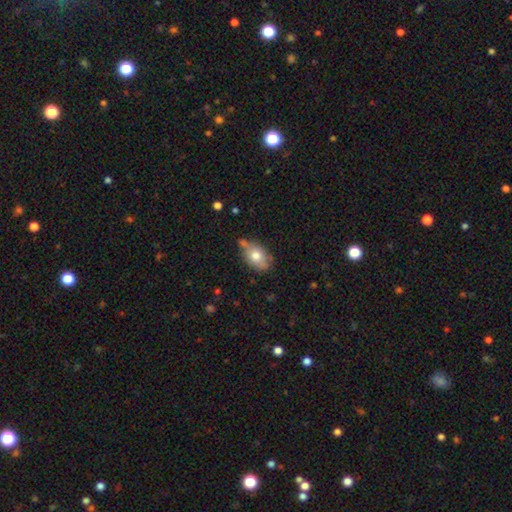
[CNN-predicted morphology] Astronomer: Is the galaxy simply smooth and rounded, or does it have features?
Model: smooth — 71%.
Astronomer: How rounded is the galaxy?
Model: in between — 86%.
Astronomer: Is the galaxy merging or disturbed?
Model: none — 61%.